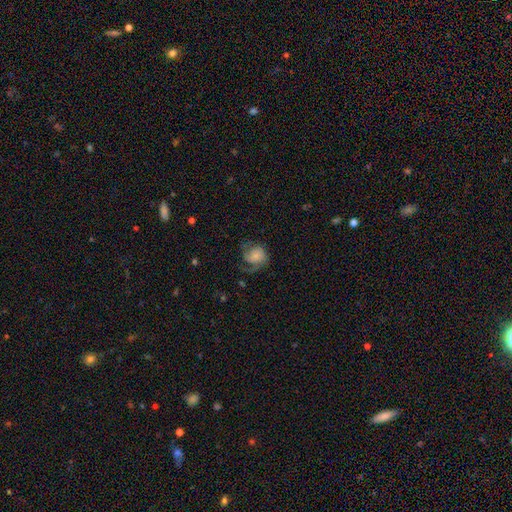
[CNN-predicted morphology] featured or disk 57%, smooth 35%, star or artifact 8%. Down the decision tree: edge-on disk — no (97%); bar — no (73%); spiral arms — yes (89%); bulge size — small (41%); merging — none (48%).